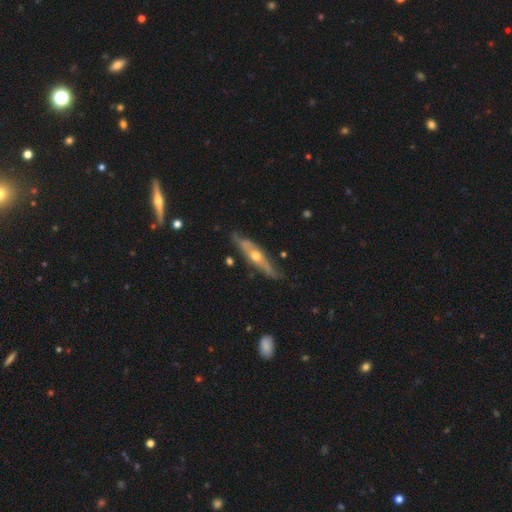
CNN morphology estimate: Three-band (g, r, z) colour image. It shows a featured or disk galaxy (72%) viewed edge-on (80%) with a rounded central bulge (89%). Merging: none (76%).